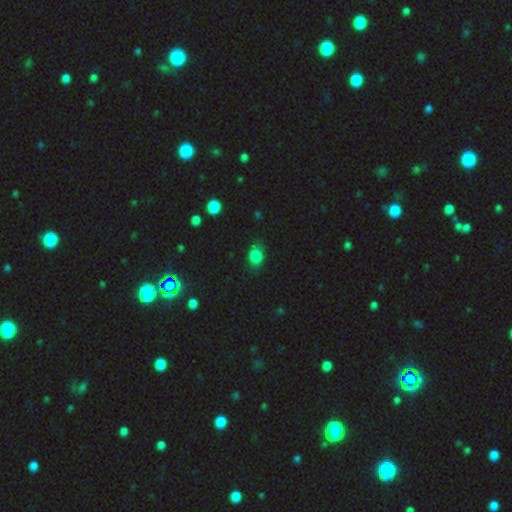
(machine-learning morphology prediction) smooth-or-featured: smooth: 81% | star or artifact: 13% | featured or disk: 6%
  how-rounded: in between: 63% | round: 36% | cigar-shaped: 2%
  merging: none: 77% | minor disturbance: 17% | major disturbance: 4% | merger: 1%